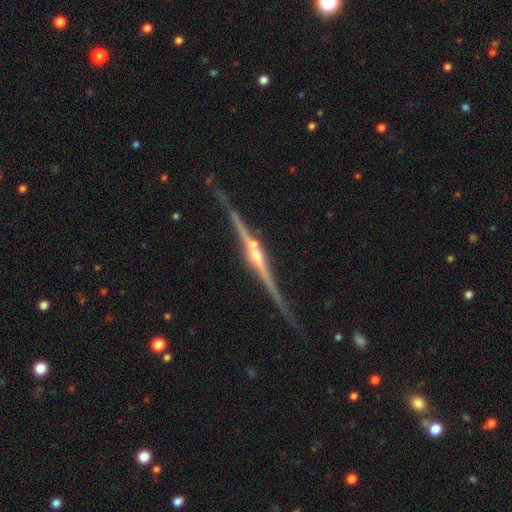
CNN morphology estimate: Smooth or featured? featured or disk (91%)
Edge-on disk? yes (98%)
Edge-on bulge? rounded (88%)
Merging? none (84%)